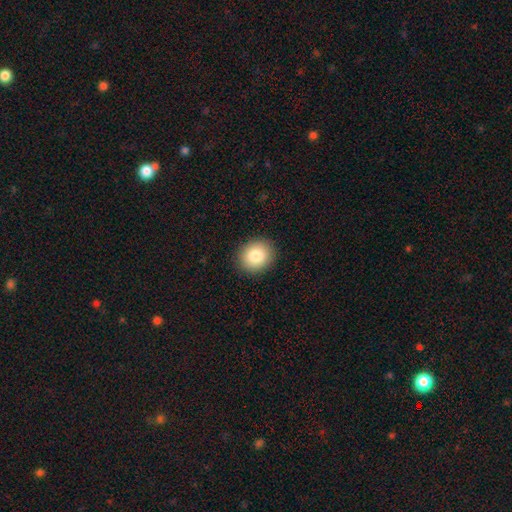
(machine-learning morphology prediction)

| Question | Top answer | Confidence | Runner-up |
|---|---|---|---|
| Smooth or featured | smooth | 84% | star or artifact (8%) |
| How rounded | round | 67% | in between (32%) |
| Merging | none | 91% | minor disturbance (7%) |